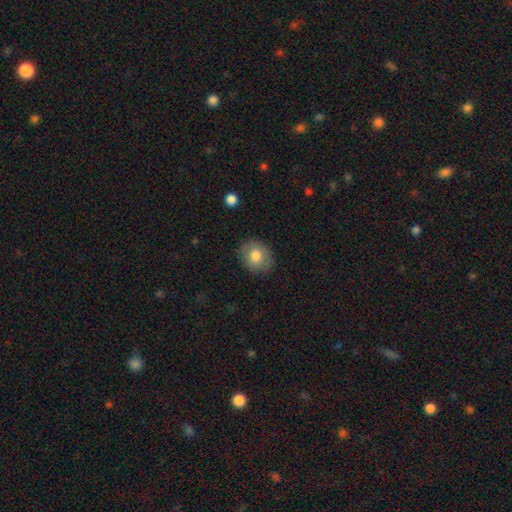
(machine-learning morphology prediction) Smooth or featured? Predicted: smooth (p=0.78). How rounded? Predicted: round (p=0.66). Merging? Predicted: none (p=0.86).